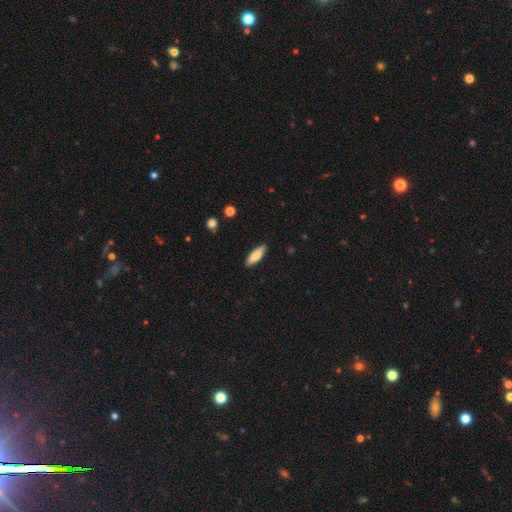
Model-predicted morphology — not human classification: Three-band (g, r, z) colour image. It shows a smooth galaxy with no disk features (81%) that is in between round and cigar-shaped (55%). Merging: none (88%).